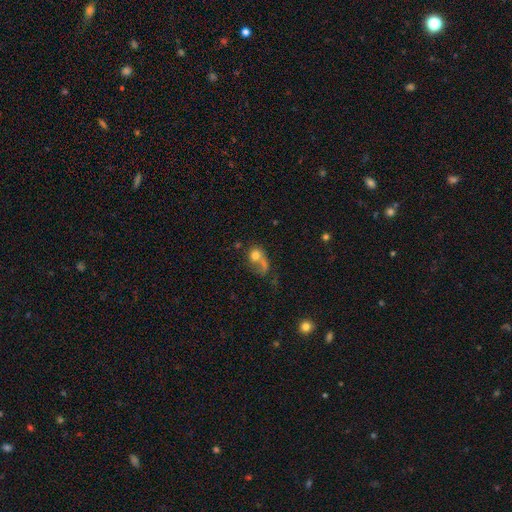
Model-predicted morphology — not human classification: Smooth or featured? smooth (59%)
How rounded? round (59%)
Merging? merger (32%)